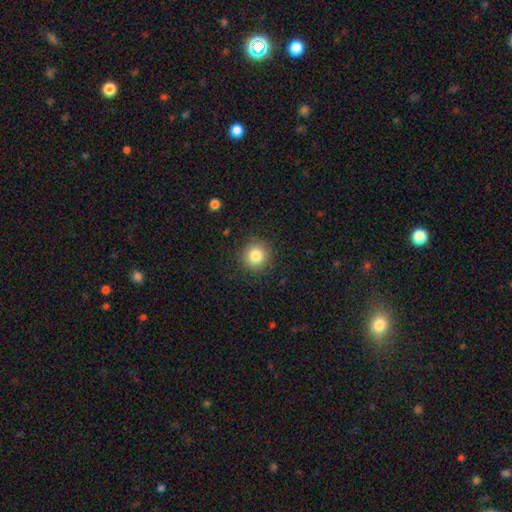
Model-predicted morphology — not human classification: smooth_or_featured: smooth (p=0.83) [alt: star or artifact p=0.11]
how_rounded: round (p=0.92) [alt: in between p=0.07]
merging: none (p=0.89) [alt: minor disturbance p=0.08]